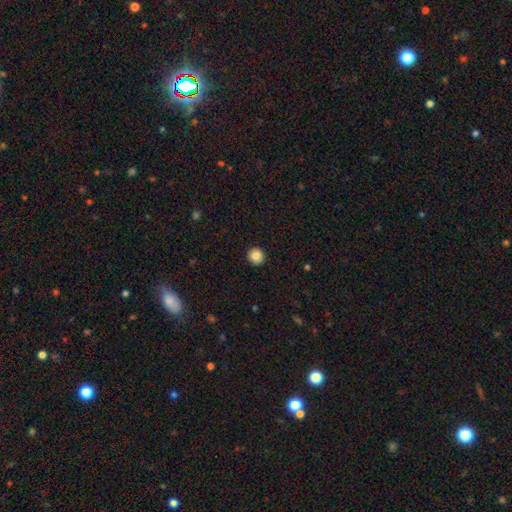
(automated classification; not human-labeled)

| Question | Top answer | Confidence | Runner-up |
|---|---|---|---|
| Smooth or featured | smooth | 84% | star or artifact (9%) |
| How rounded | round | 94% | in between (5%) |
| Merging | none | 93% | minor disturbance (5%) |